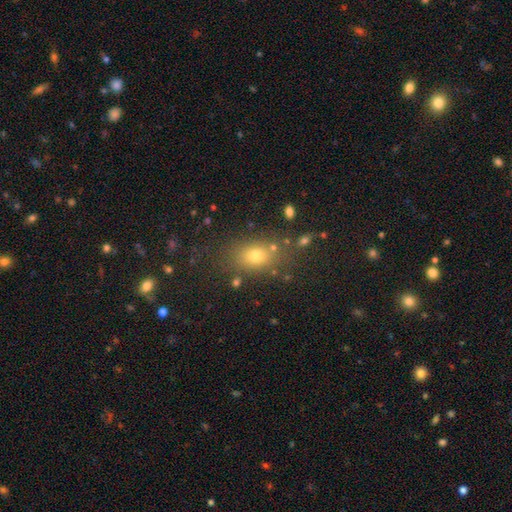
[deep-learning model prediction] smooth 71%, star or artifact 17%, featured or disk 12%. Down the decision tree: how rounded — in between (69%); merging — none (76%).